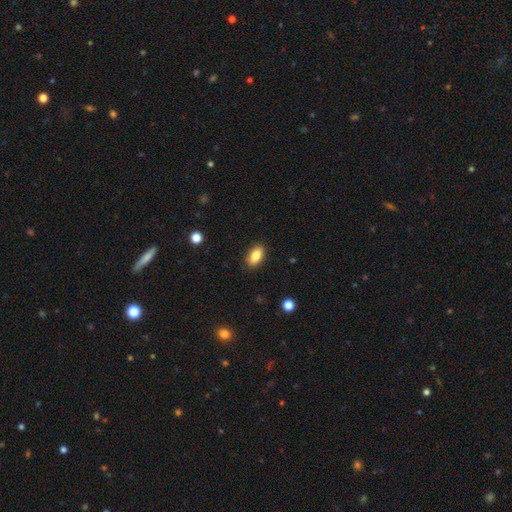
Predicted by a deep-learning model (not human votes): smooth-or-featured: smooth: 85% | star or artifact: 8% | featured or disk: 7%
  how-rounded: in between: 91% | cigar-shaped: 4% | round: 4%
  merging: none: 88% | minor disturbance: 9% | major disturbance: 2% | merger: 1%